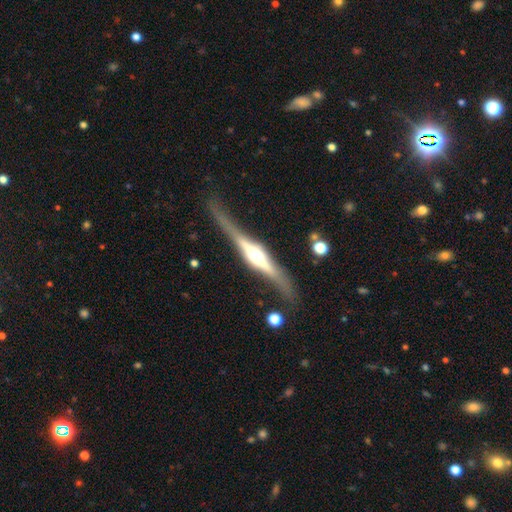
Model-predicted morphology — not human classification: Smooth or featured? Predicted: featured or disk (p=0.83). Edge-on disk? Predicted: yes (p=0.97). Edge-on bulge? Predicted: rounded (p=0.90). Merging? Predicted: none (p=0.81).